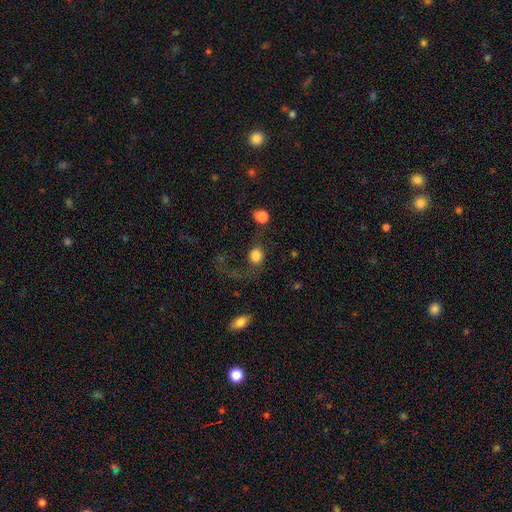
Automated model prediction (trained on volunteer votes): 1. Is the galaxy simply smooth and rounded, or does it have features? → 78% smooth, 12% featured or disk, 10% star or artifact.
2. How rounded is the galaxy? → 76% round, 23% in between, 1% cigar-shaped.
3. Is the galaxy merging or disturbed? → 39% none, 32% major disturbance, 15% minor disturbance, 14% merger.